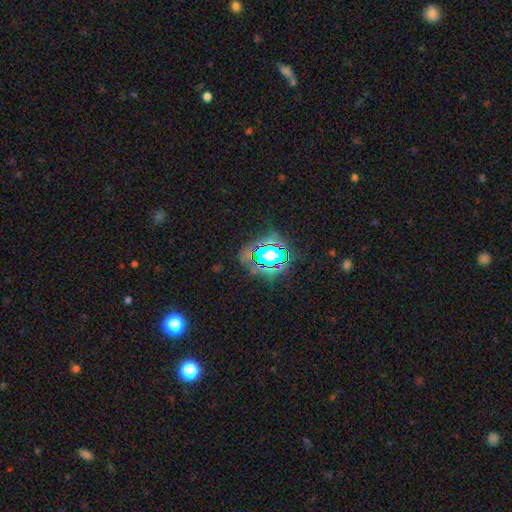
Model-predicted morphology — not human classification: This appears to be a star or artifact, not a galaxy (71%).